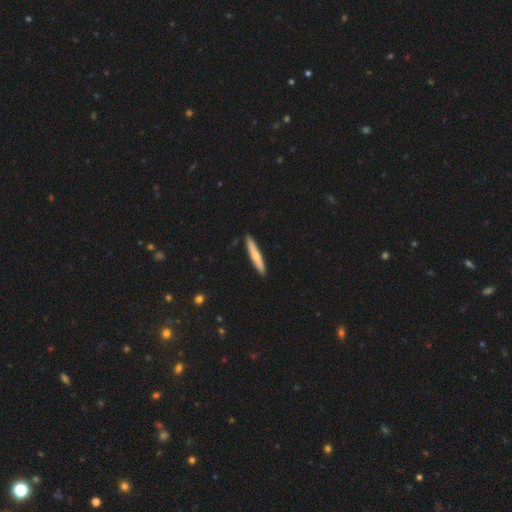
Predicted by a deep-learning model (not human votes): Smooth or featured? Predicted: smooth (p=0.65). How rounded? Predicted: cigar-shaped (p=0.94). Merging? Predicted: none (p=0.90).